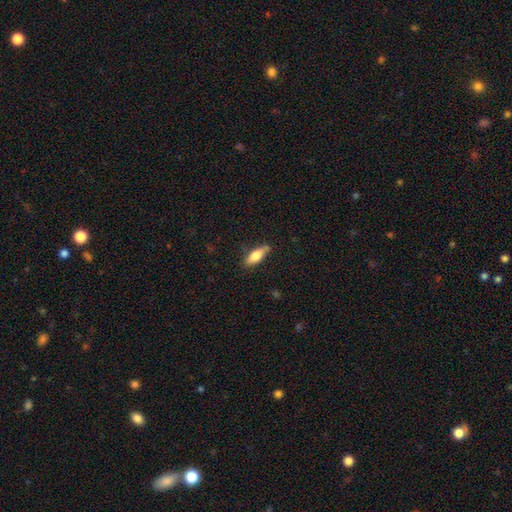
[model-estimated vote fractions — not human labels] smooth_or_featured: smooth (p=0.74) [alt: featured or disk p=0.20]
how_rounded: in between (p=0.64) [alt: cigar-shaped p=0.34]
merging: none (p=0.75) [alt: minor disturbance p=0.19]